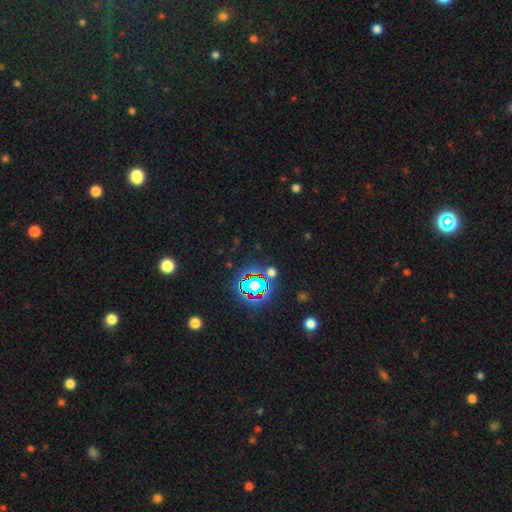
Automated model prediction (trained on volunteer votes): A star or artifact, not a galaxy (82%).

Vote fractions:
- Smooth or featured? star or artifact: 82% / smooth: 11% / featured or disk: 7%